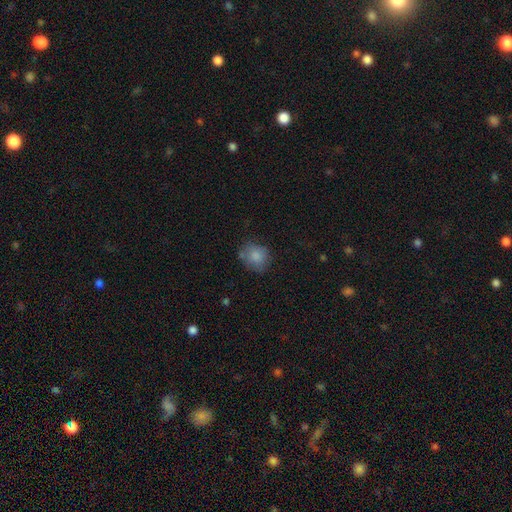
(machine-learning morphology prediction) Smooth or featured? smooth (82%)
How rounded? round (72%)
Merging? none (65%)